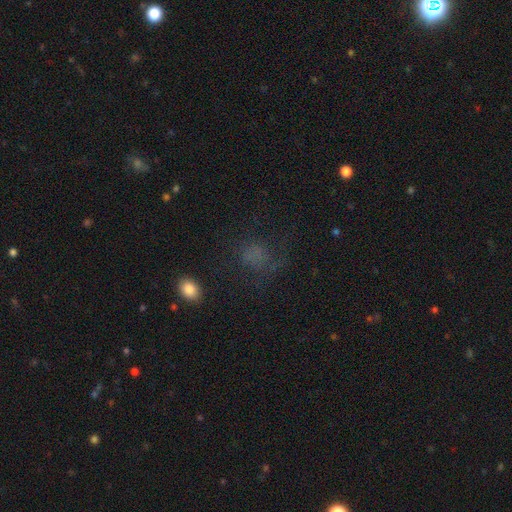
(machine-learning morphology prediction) Smooth or featured: smooth — 55% (star or artifact — 27%)
How rounded: round — 64% (in between — 34%)
Merging: none — 55% (major disturbance — 24%)